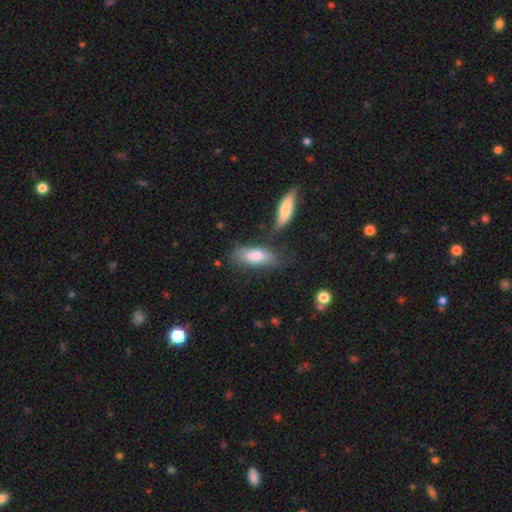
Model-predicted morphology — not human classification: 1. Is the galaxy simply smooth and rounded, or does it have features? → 75% smooth, 18% featured or disk, 7% star or artifact.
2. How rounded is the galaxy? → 67% in between, 31% cigar-shaped, 2% round.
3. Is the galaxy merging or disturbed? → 60% none, 21% minor disturbance, 12% merger, 7% major disturbance.